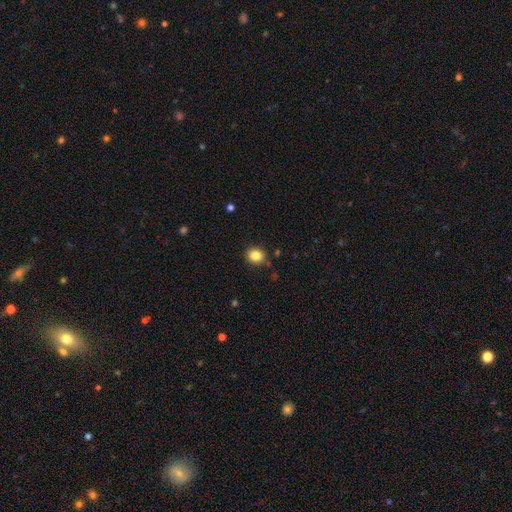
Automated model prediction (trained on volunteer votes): Overall: smooth (84%). How rounded: round (78%). Merging: none (86%).